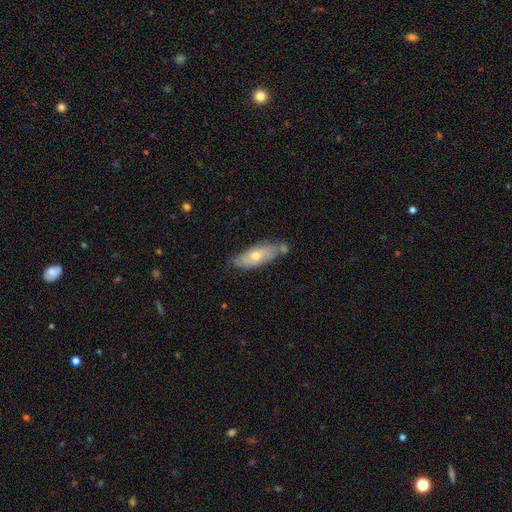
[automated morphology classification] type=smooth (51%); roundness=in between (65%); merging=none (63%).